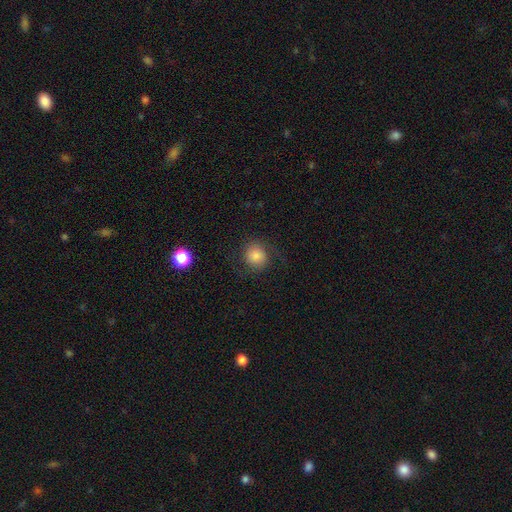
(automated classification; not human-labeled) This is likely a smooth galaxy (76%). How rounded: clearly round (85%). Merging: likely none (75%).